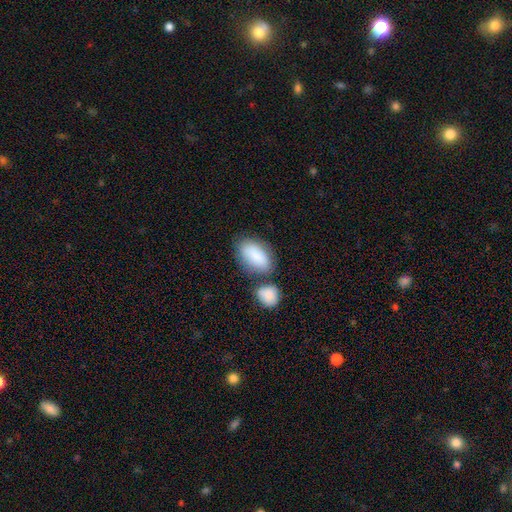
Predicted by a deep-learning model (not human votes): Smooth or featured? Predicted: smooth (p=0.83). How rounded? Predicted: in between (p=0.92). Merging? Predicted: none (p=0.54).